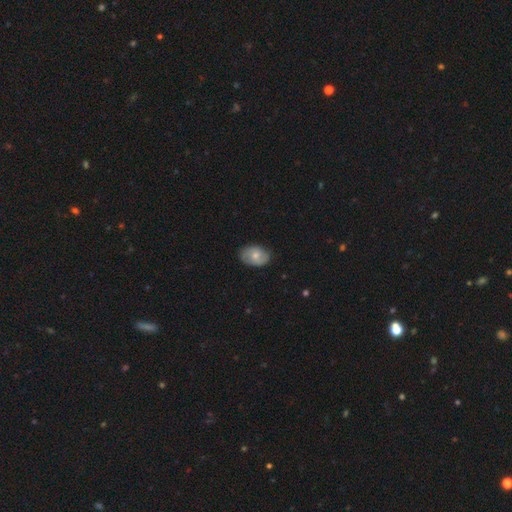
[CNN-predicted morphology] This is possibly a smooth galaxy (49%). Merging: likely none (77%).